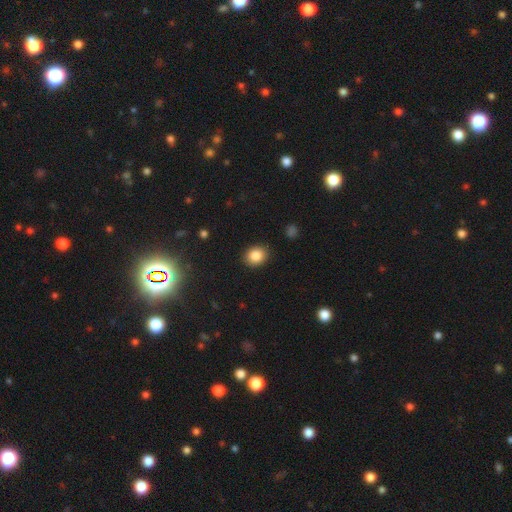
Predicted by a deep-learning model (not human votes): This is clearly a smooth galaxy (86%). How rounded: possibly round (59%). Merging: clearly none (89%).